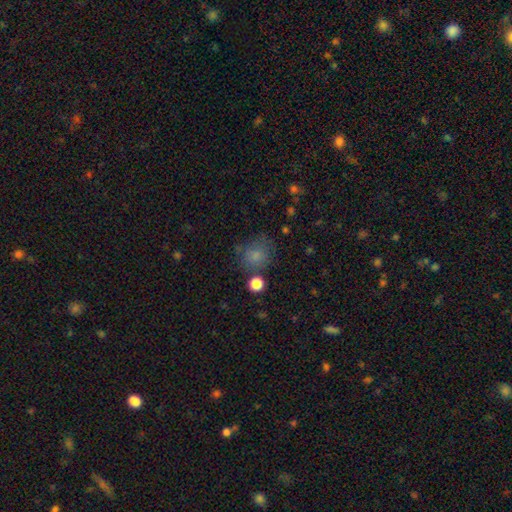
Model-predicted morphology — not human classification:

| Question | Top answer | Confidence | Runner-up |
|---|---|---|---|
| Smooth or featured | smooth | 79% | star or artifact (13%) |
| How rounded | round | 79% | in between (20%) |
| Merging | none | 68% | minor disturbance (17%) |